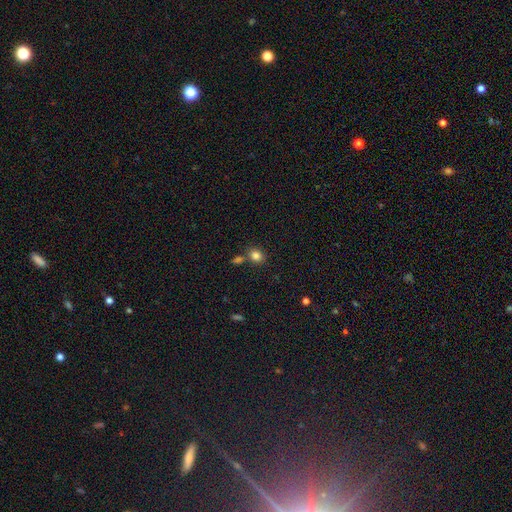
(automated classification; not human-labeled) Smooth or featured? Predicted: smooth (p=0.83). How rounded? Predicted: round (p=0.49, tied with in between). Merging? Predicted: none (p=0.68).